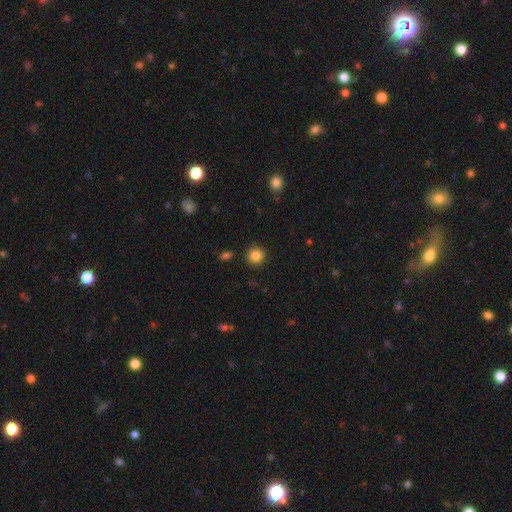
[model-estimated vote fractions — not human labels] This is clearly a smooth galaxy (85%). How rounded: clearly round (92%). Merging: clearly none (90%).